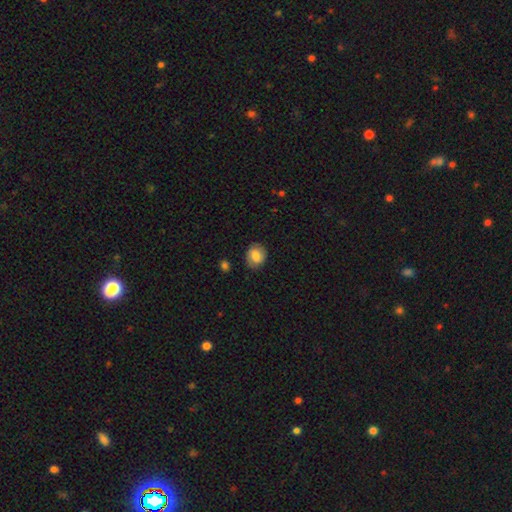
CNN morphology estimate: A smooth galaxy with no disk features (75%) that is round (60%). Merging: none (81%).